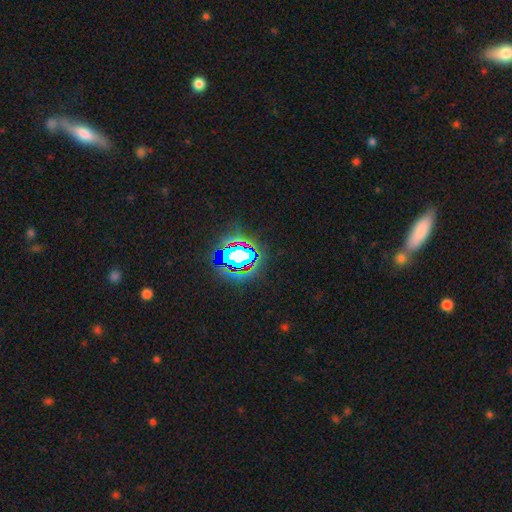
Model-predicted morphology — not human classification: Smooth or featured? star or artifact (68%)